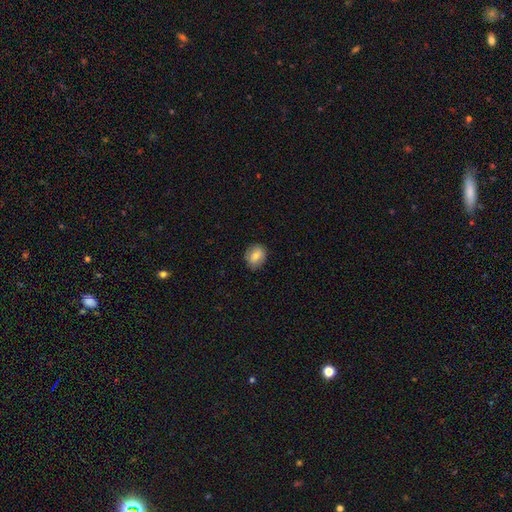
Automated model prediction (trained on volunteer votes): smooth-or-featured: smooth: 77% | featured or disk: 15% | star or artifact: 8%
  how-rounded: round: 65% | in between: 34% | cigar-shaped: 1%
  merging: none: 85% | minor disturbance: 12% | major disturbance: 2% | merger: 1%